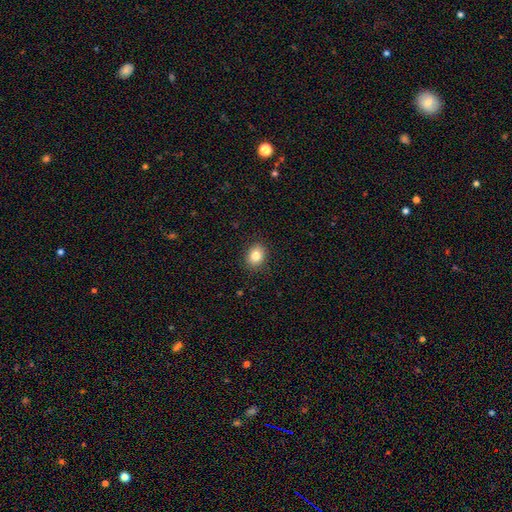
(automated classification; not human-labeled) Smooth or featured? smooth (84%)
How rounded? in between (54%)
Merging? none (88%)